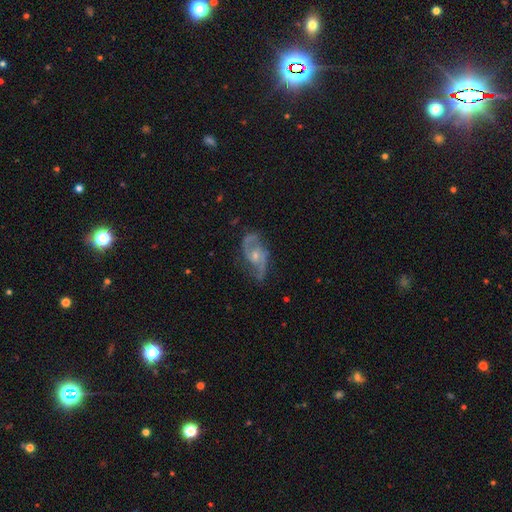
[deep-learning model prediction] The model was most divided on "bulge size": small: 52%, moderate: 42%, none: 3%, large: 2%, dominant: 1%. Remaining: edge-on disk — no (96%); spiral arms — yes (95%); spiral arm count — 2 (88%); smooth or featured — featured or disk (85%); merging — none (70%); bar — no (61%); spiral winding — medium (48%).